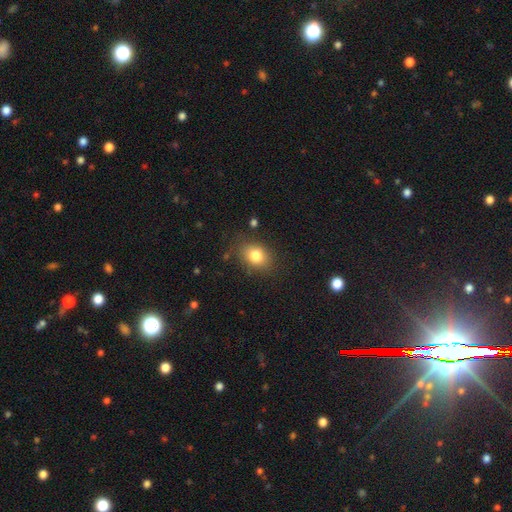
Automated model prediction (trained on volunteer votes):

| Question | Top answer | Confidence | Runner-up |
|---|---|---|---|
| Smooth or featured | smooth | 81% | star or artifact (10%) |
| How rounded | in between | 63% | round (35%) |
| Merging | none | 80% | minor disturbance (14%) |